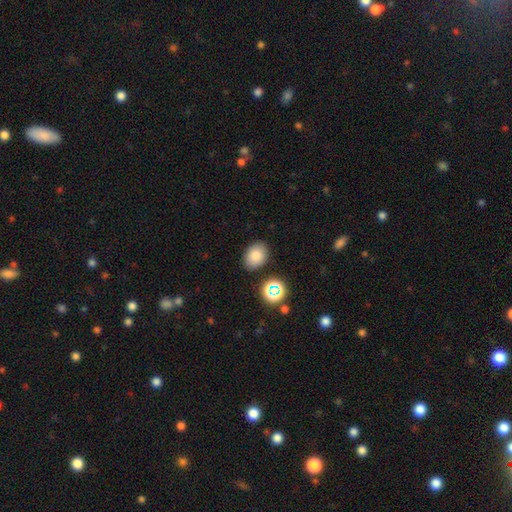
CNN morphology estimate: The model was most divided on "how rounded": in between: 70%, round: 29%, cigar-shaped: 1%. More confident: merging — none (84%); smooth or featured — smooth (82%).